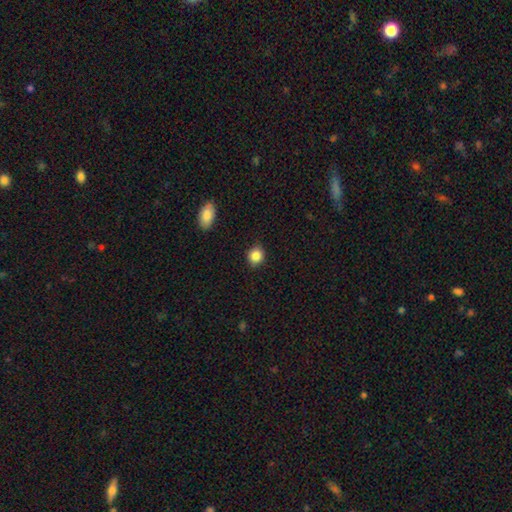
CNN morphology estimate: Smooth or featured? Predicted: smooth (p=0.86). How rounded? Predicted: round (p=0.78). Merging? Predicted: none (p=0.87).